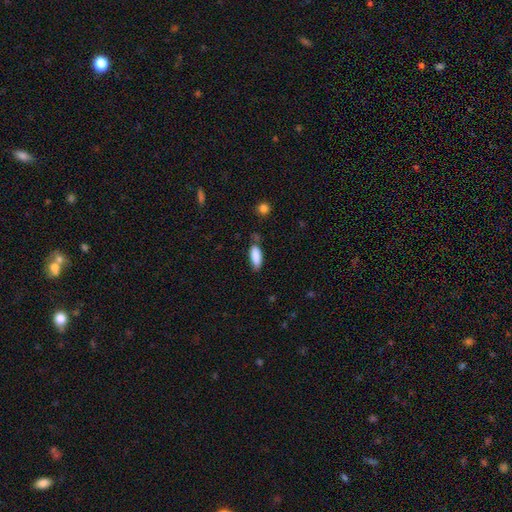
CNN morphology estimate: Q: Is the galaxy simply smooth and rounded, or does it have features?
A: smooth — 88%.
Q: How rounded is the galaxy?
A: in between — 72%.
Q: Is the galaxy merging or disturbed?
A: none — 65%.